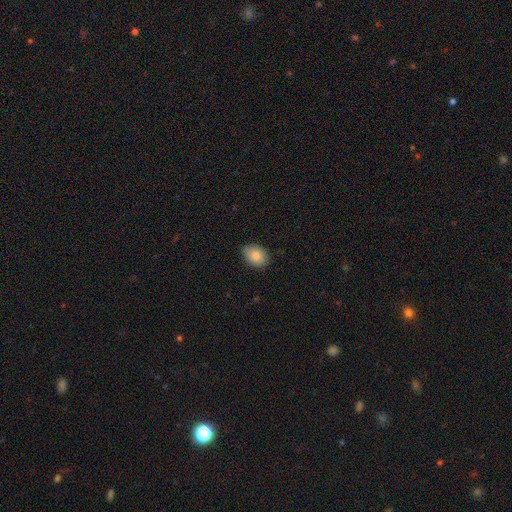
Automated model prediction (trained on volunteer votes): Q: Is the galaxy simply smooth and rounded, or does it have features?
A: smooth — 83%.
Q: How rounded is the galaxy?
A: in between — 75%.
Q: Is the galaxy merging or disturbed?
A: none — 86%.